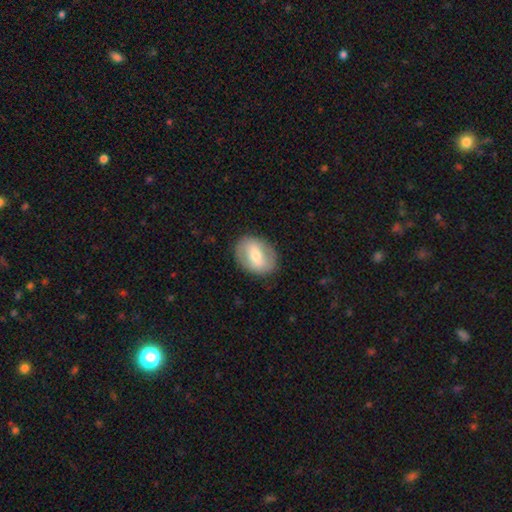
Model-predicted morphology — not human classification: Smooth or featured: featured or disk — 48% (smooth — 46%)
Merging: none — 84% (minor disturbance — 11%)